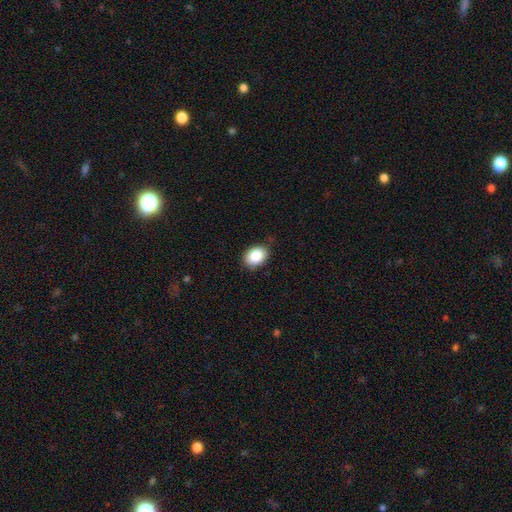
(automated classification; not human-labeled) Smooth or featured? Predicted: smooth (p=0.86). How rounded? Predicted: in between (p=0.71). Merging? Predicted: none (p=0.81).